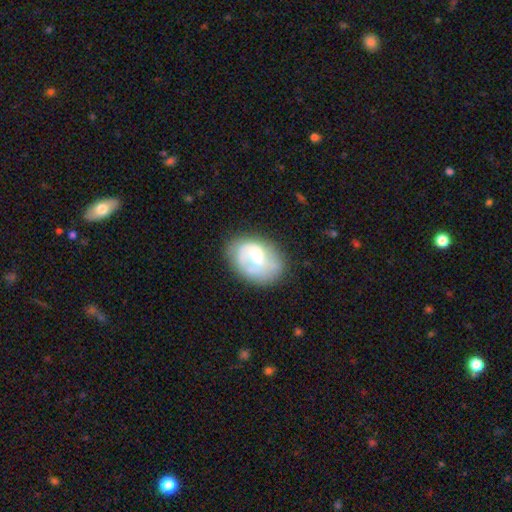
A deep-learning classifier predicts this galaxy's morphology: featured or disk 53%, smooth 40%, star or artifact 7%. Down the decision tree: edge-on disk — no (97%); bar — no (46%); spiral arms — yes (59%); bulge size — moderate (44%); merging — none (55%).